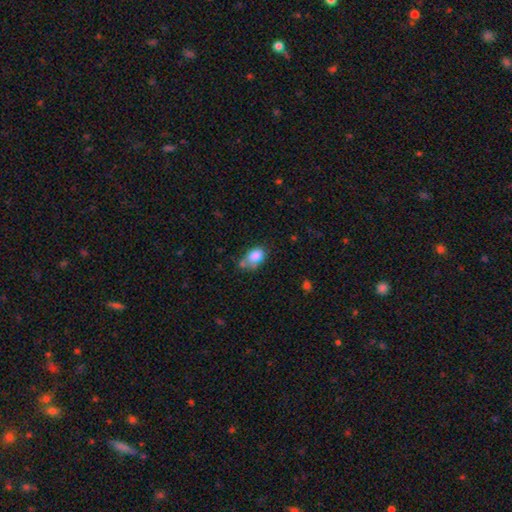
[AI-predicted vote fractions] smooth 82%, featured or disk 9%, star or artifact 9%. Down the decision tree: how rounded — in between (81%); merging — none (43%).